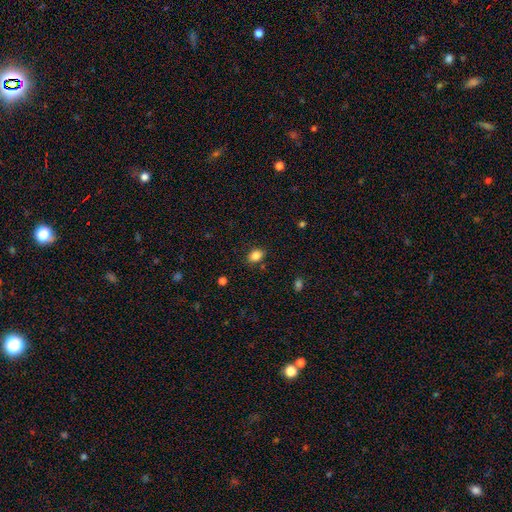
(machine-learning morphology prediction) A smooth galaxy with no disk features (86%) that is in between round and cigar-shaped (73%). Merging: none (84%).